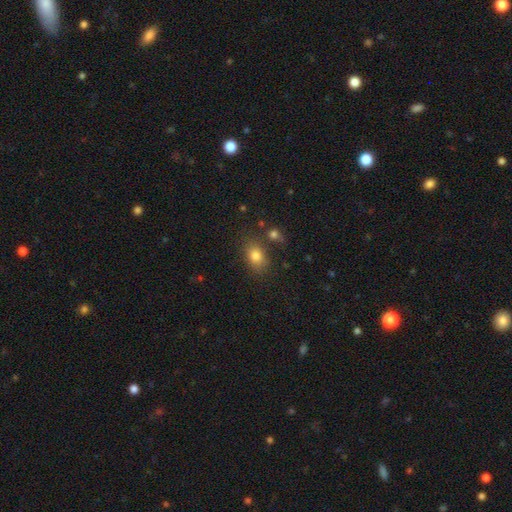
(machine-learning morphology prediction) smooth_or_featured: smooth (p=0.81) [alt: star or artifact p=0.11]
how_rounded: in between (p=0.72) [alt: round p=0.27]
merging: none (p=0.71) [alt: minor disturbance p=0.15]